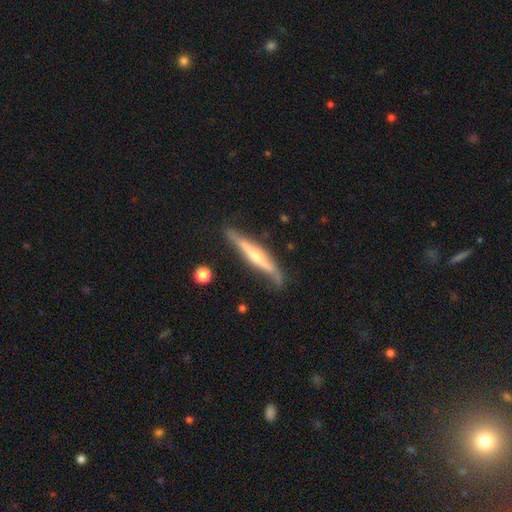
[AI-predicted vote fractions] This is likely a featured or disk galaxy (66%). It is clearly viewed edge-on (95%). Edge-on bulge: likely rounded (73%). Merging: likely none (77%).